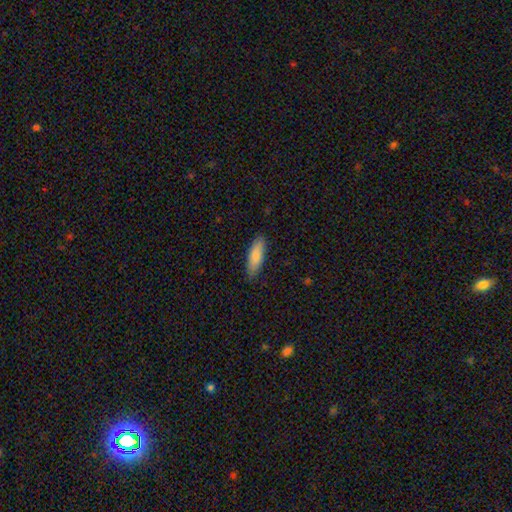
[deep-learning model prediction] Q: Smooth or featured?
A: smooth (83%); runner-up: featured or disk (12%)
Q: How rounded?
A: in between (53%); runner-up: cigar-shaped (45%)
Q: Merging?
A: none (87%); runner-up: minor disturbance (10%)